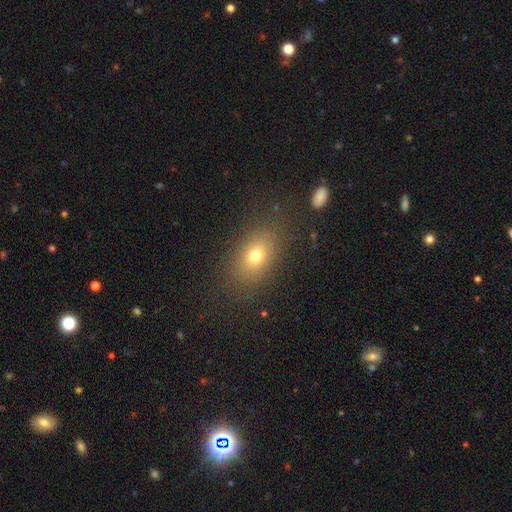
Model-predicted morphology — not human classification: A smooth galaxy with no disk features (71%) that is in between round and cigar-shaped (77%).

Vote fractions:
- Smooth or featured? smooth: 71% / featured or disk: 15% / star or artifact: 14%
- How rounded? in between: 77% / round: 20% / cigar-shaped: 3%
- Merging? none: 82% / minor disturbance: 11% / major disturbance: 5% / merger: 2%